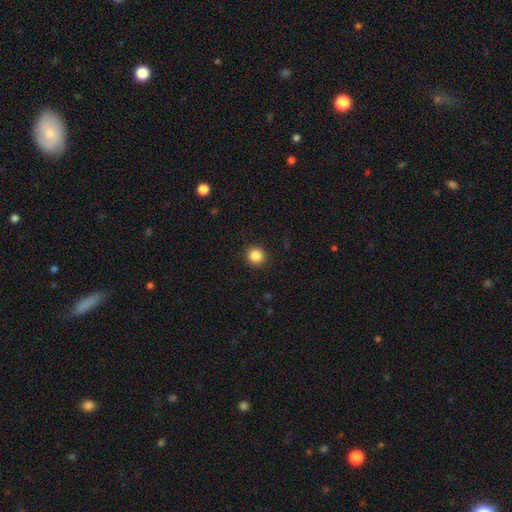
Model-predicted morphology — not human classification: smooth-or-featured: smooth: 86% | star or artifact: 10% | featured or disk: 3%
  how-rounded: round: 93% | in between: 6% | cigar-shaped: 1%
  merging: none: 92% | minor disturbance: 5% | major disturbance: 2% | merger: 1%